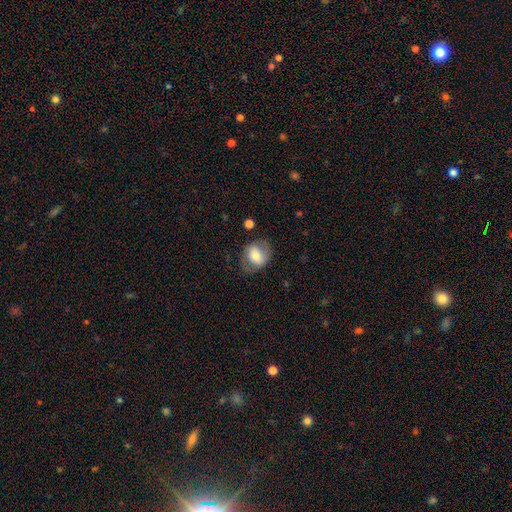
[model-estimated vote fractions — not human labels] Smooth or featured? Predicted: smooth (p=0.53). How rounded? Predicted: round (p=0.50). Merging? Predicted: none (p=0.67).